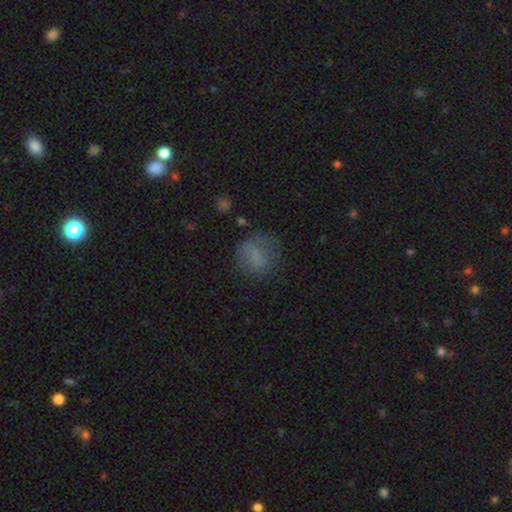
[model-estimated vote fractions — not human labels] Overall: smooth (69%). How rounded: round (71%). Merging: none (60%; minor disturbance 23%).